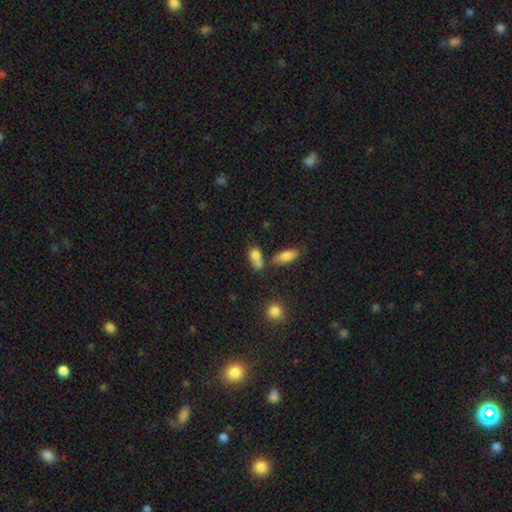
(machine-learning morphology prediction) type=smooth (77%); roundness=in between (66%); merging=merger (46%).